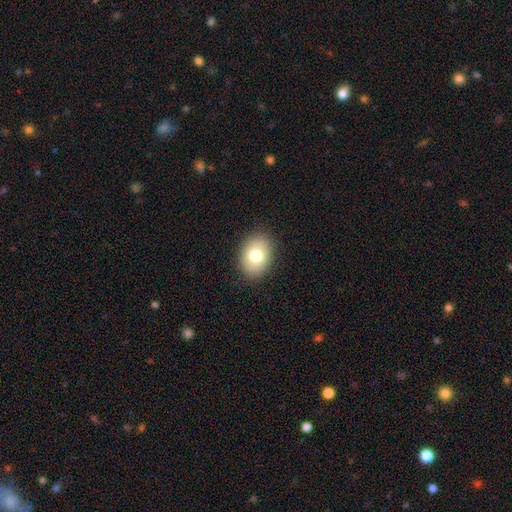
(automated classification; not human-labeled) smooth_or_featured: smooth (p=0.77) [alt: featured or disk p=0.15]
how_rounded: in between (p=0.72) [alt: round p=0.27]
merging: none (p=0.87) [alt: minor disturbance p=0.09]